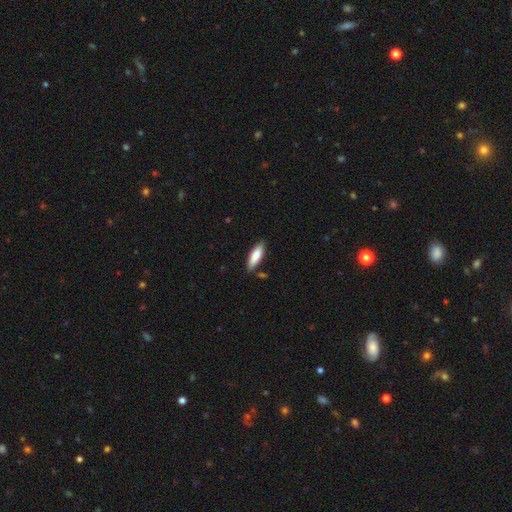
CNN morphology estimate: This is clearly a smooth galaxy (83%). How rounded: possibly in between (52%). Merging: clearly none (80%).